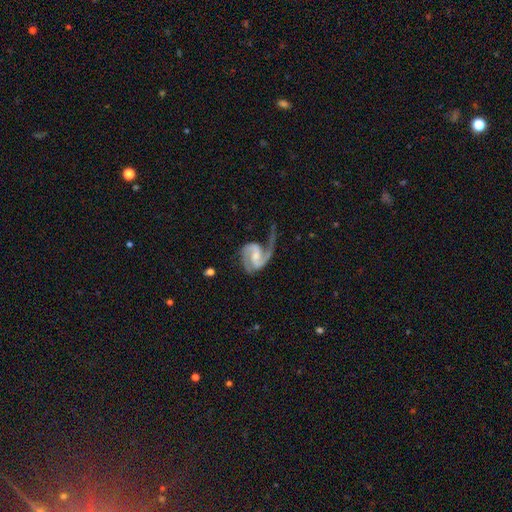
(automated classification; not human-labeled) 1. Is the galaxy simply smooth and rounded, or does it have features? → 91% featured or disk, 5% smooth, 4% star or artifact.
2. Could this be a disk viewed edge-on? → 98% no, 2% yes.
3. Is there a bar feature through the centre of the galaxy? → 50% weak, 28% no, 22% strong.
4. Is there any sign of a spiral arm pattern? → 98% yes, 2% no.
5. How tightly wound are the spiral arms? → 51% medium, 30% loose, 19% tight.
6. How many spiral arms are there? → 78% 2, 15% 1, 2% can't tell, 2% 3, 1% 4, 1% more than 4.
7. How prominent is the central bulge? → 39% small, 37% moderate, 18% none, 5% large, 1% dominant.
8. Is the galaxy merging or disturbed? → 41% none, 34% major disturbance, 22% minor disturbance, 3% merger.